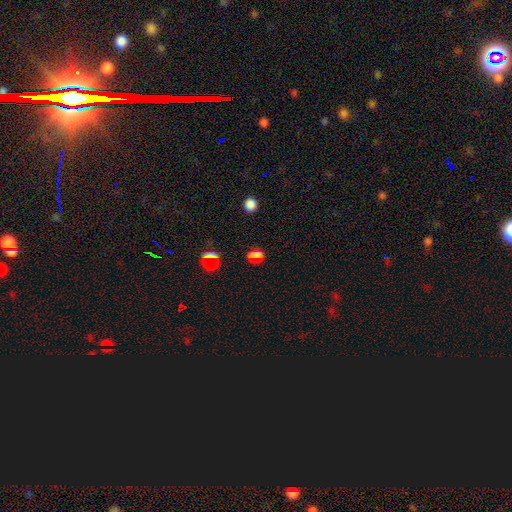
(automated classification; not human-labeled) Smooth or featured? smooth (75%)
How rounded? in between (72%)
Merging? none (70%)